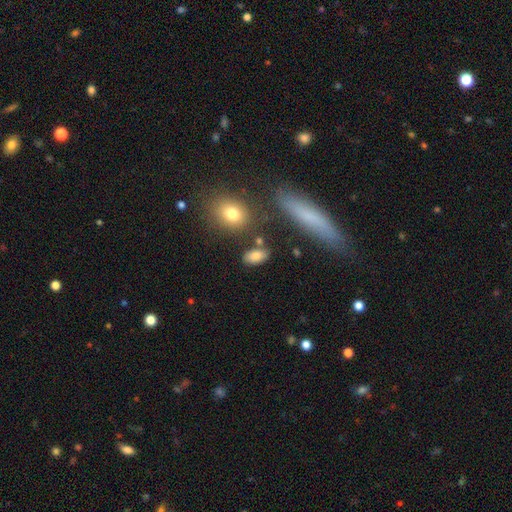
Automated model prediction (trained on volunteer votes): Q: Smooth or featured?
A: smooth (80%); runner-up: featured or disk (10%)
Q: How rounded?
A: in between (88%); runner-up: round (7%)
Q: Merging?
A: none (76%); runner-up: minor disturbance (13%)